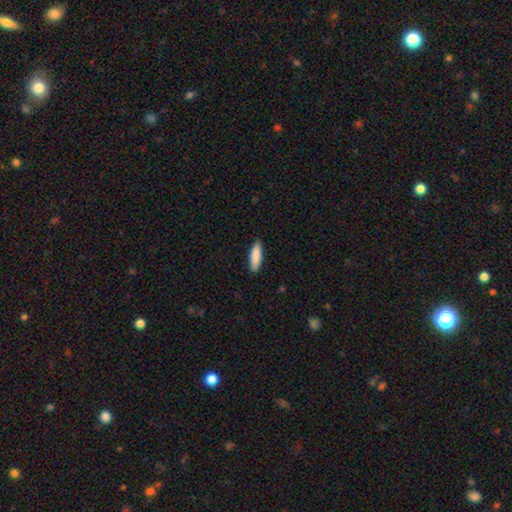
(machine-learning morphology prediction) Overall: smooth (86%). How rounded: cigar-shaped (65%; in between 33%). Merging: none (88%).